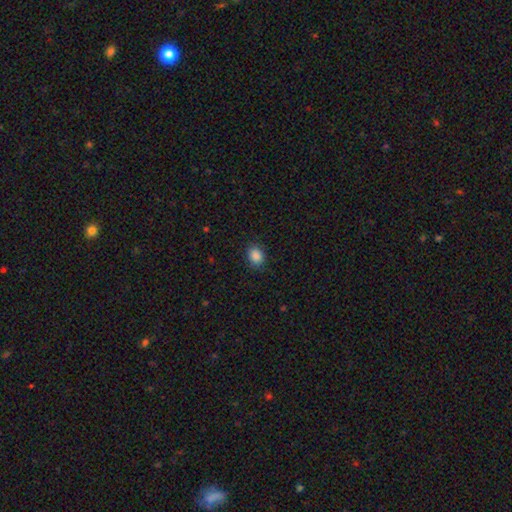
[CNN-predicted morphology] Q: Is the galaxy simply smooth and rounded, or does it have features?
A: smooth — 87%.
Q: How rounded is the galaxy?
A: in between — 54%.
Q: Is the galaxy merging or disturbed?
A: none — 85%.